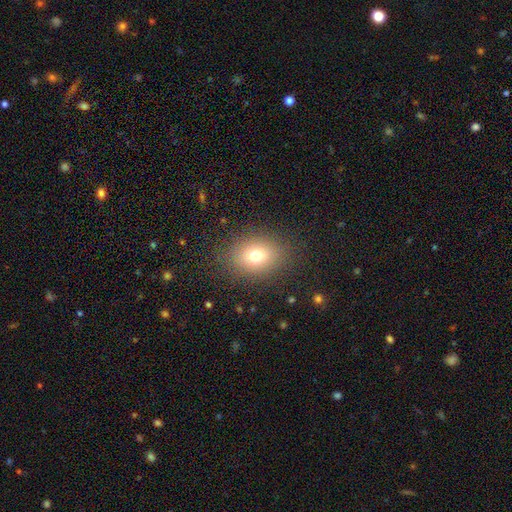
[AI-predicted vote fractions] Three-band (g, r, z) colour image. It shows a smooth galaxy with no disk features (73%) that is in between round and cigar-shaped (58%). Merging: none (85%).